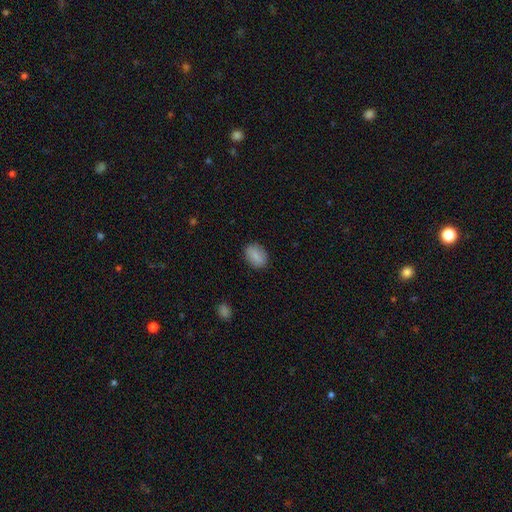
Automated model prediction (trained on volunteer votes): Smooth or featured? Predicted: smooth (p=0.83). How rounded? Predicted: in between (p=0.70). Merging? Predicted: none (p=0.86).